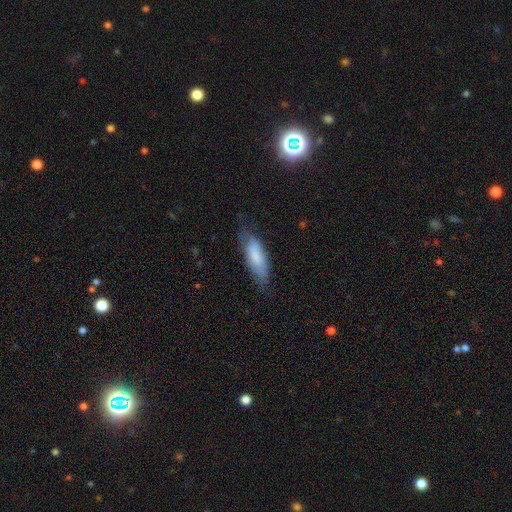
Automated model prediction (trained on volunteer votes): Q: Smooth or featured?
A: smooth (72%); runner-up: featured or disk (22%)
Q: How rounded?
A: in between (59%); runner-up: cigar-shaped (40%)
Q: Merging?
A: none (64%); runner-up: minor disturbance (27%)